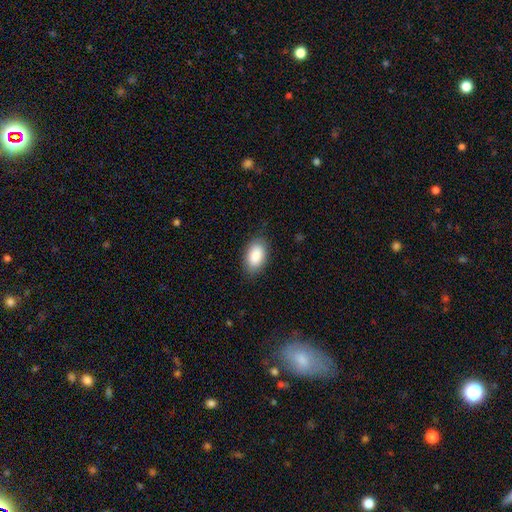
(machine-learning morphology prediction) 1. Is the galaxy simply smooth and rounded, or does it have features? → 88% smooth, 6% star or artifact, 6% featured or disk.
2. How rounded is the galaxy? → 93% in between, 5% round, 2% cigar-shaped.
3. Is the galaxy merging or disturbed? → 83% none, 13% minor disturbance, 3% major disturbance, 1% merger.